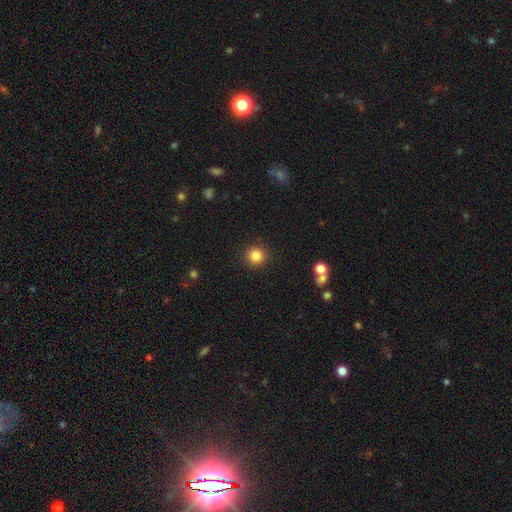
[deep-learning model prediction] Smooth or featured?
  - smooth: 84% *
  - star or artifact: 11%
  - featured or disk: 4%
How rounded?
  - round: 94% *
  - in between: 5%
  - cigar-shaped: 1%
Merging?
  - none: 91% *
  - minor disturbance: 5%
  - major disturbance: 2%
  - merger: 1%